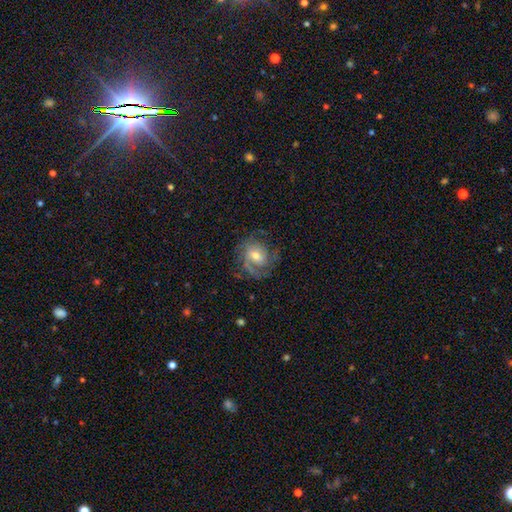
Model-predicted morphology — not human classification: This is likely a featured or disk galaxy (78%). It is clearly not viewed edge-on (97%). Bar: possibly no (52%). Spiral arm pattern: clearly yes (92%). Spiral arm count: marginally 2 (37%). Spiral winding: marginally tight (44%). Central bulge: possibly moderate (55%). Merging: likely none (68%).